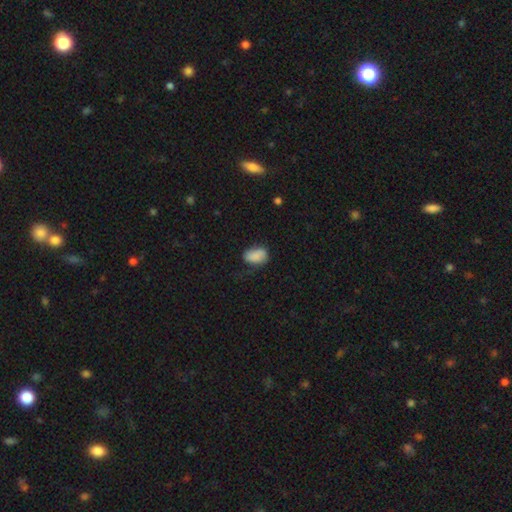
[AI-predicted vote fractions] Morphology: type=smooth (84%); roundness=in between (90%); merging=none (50%).